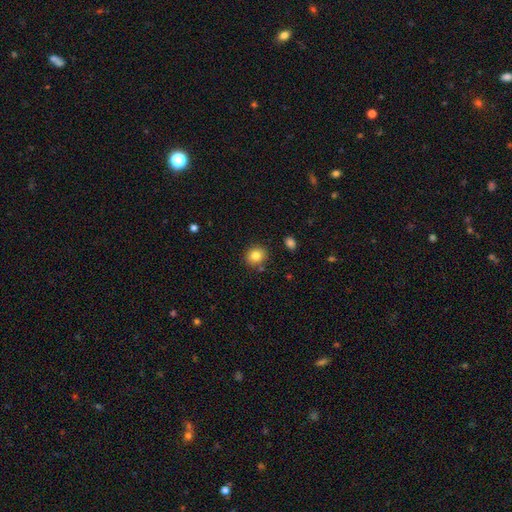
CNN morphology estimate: Q: Smooth or featured?
A: smooth (84%); runner-up: star or artifact (10%)
Q: How rounded?
A: round (74%); runner-up: in between (25%)
Q: Merging?
A: none (85%); runner-up: minor disturbance (9%)